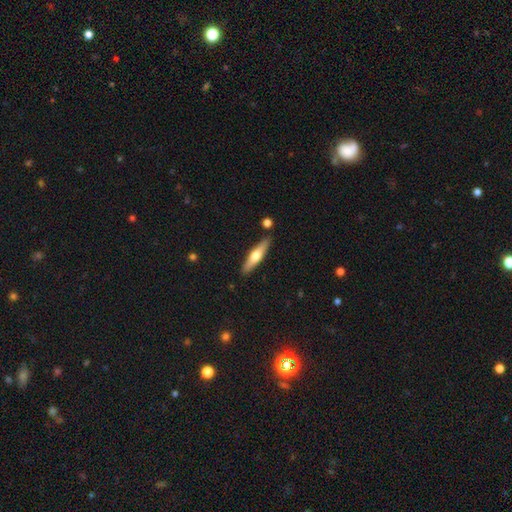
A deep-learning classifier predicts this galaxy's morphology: This is possibly a featured or disk galaxy (51%). It is clearly viewed edge-on (94%). Merging: clearly none (87%).